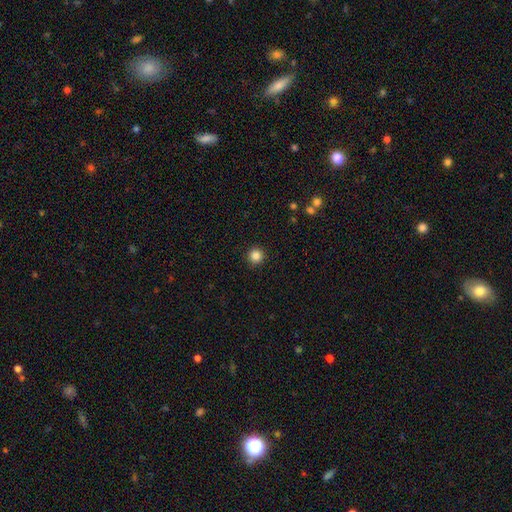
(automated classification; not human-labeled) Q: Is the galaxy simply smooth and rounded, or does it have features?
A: smooth — 85%.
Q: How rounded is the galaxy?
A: round — 96%.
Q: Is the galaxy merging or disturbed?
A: none — 93%.